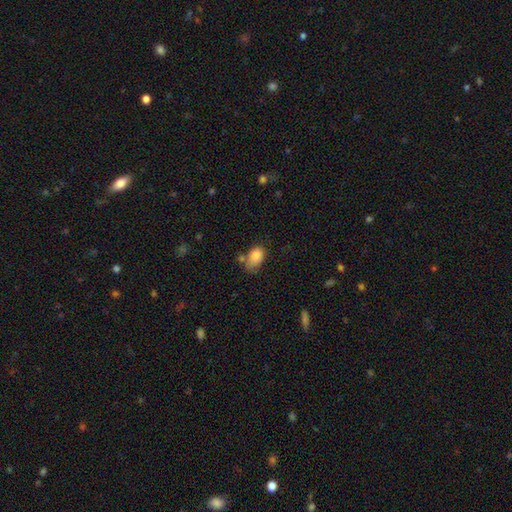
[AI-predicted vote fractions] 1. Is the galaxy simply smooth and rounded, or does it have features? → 85% smooth, 8% star or artifact, 7% featured or disk.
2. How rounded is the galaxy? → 85% in between, 14% round, 1% cigar-shaped.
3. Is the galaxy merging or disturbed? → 49% none, 28% minor disturbance, 14% merger, 9% major disturbance.